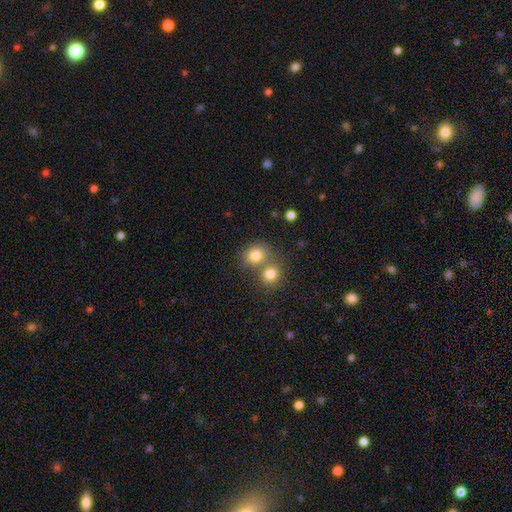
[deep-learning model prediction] Smooth or featured? Predicted: smooth (p=0.79). How rounded? Predicted: round (p=0.68). Merging? Predicted: none (p=0.46).